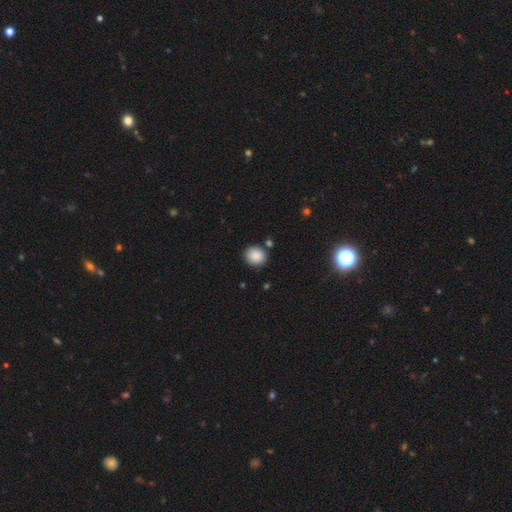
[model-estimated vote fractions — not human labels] Q: Smooth or featured?
A: smooth (88%); runner-up: star or artifact (9%)
Q: How rounded?
A: round (73%); runner-up: in between (26%)
Q: Merging?
A: none (83%); runner-up: minor disturbance (10%)